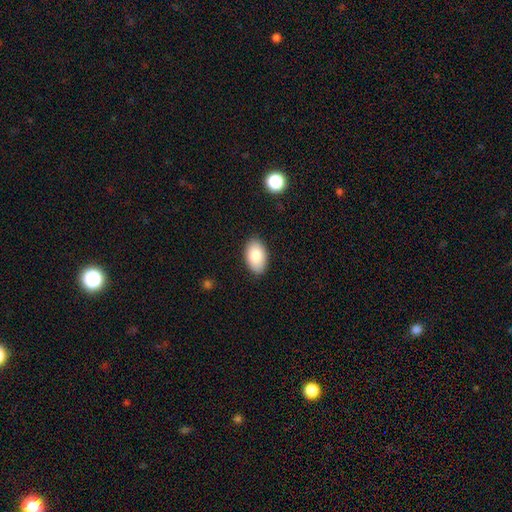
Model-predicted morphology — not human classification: Q: Smooth or featured?
A: smooth (85%); runner-up: featured or disk (9%)
Q: How rounded?
A: in between (94%); runner-up: round (5%)
Q: Merging?
A: none (87%); runner-up: minor disturbance (10%)